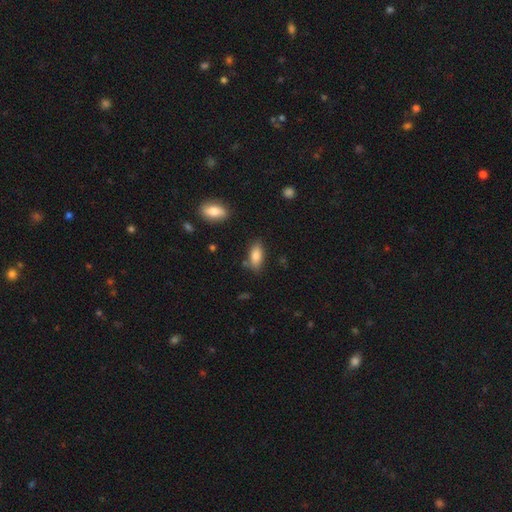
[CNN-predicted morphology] Smooth or featured? Predicted: smooth (p=0.85). How rounded? Predicted: in between (p=0.86). Merging? Predicted: none (p=0.76).